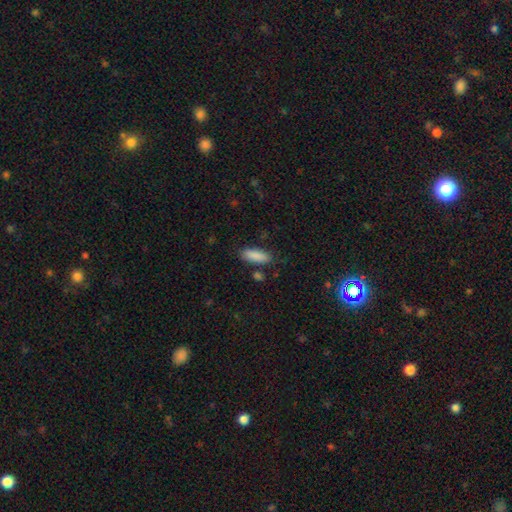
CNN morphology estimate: This appears to be a smooth galaxy with no disk features (89%) that is in between round and cigar-shaped (64%). Merging: none (82%).